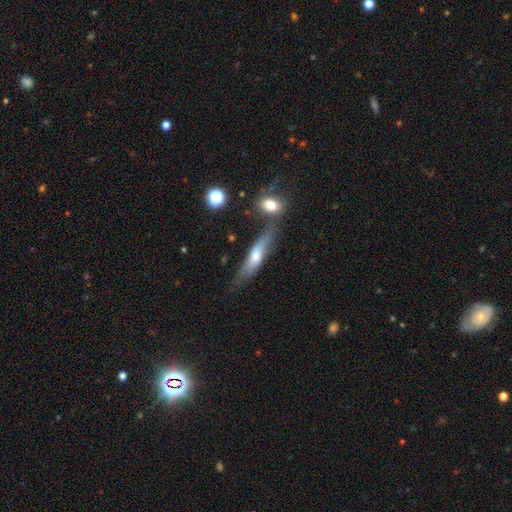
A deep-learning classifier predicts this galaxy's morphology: This appears to be a featured or disk galaxy (50%) viewed edge-on (75%). Merging: none (56%).